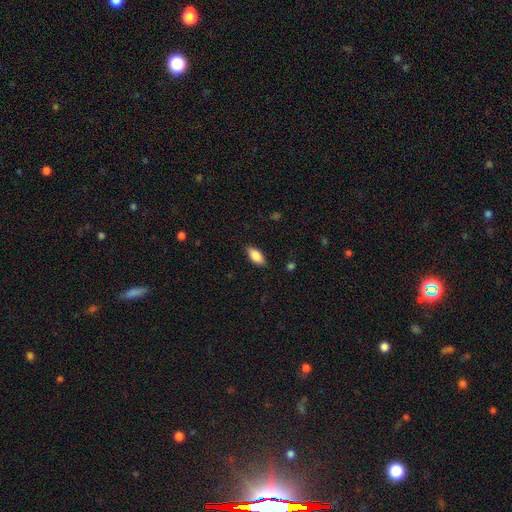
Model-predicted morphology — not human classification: Smooth or featured? Predicted: smooth (p=0.84). How rounded? Predicted: in between (p=0.88). Merging? Predicted: none (p=0.85).